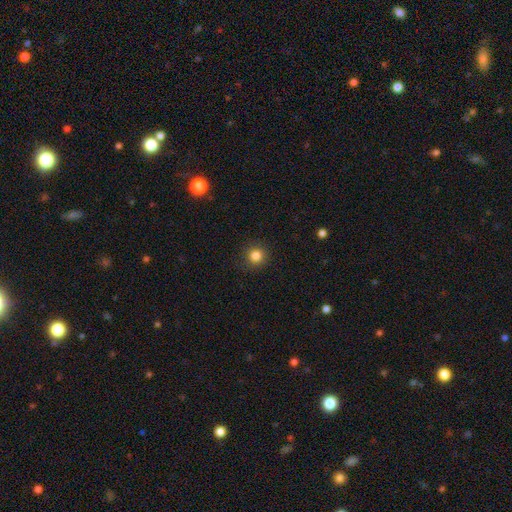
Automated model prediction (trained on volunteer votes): Q: Smooth or featured?
A: smooth (84%); runner-up: star or artifact (12%)
Q: How rounded?
A: round (94%); runner-up: in between (5%)
Q: Merging?
A: none (91%); runner-up: minor disturbance (6%)